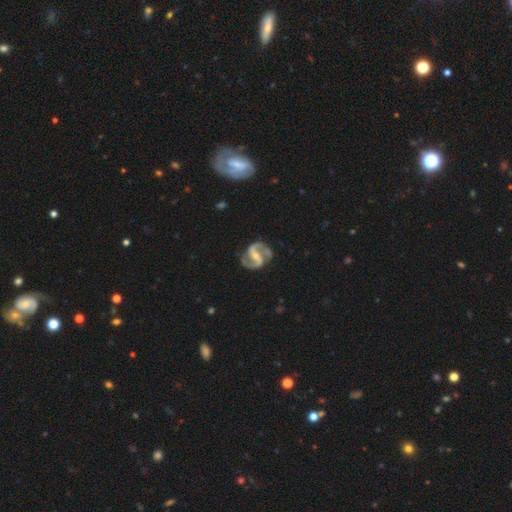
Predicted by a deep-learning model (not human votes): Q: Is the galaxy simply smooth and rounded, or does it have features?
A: featured or disk — 93%.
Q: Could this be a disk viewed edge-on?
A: no — 98%.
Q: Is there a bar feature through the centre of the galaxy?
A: strong — 47%.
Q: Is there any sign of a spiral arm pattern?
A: yes — 98%.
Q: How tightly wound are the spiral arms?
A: medium — 62%.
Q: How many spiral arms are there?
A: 2 — 94%.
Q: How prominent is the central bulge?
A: small — 54%.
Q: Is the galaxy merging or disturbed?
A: none — 78%.